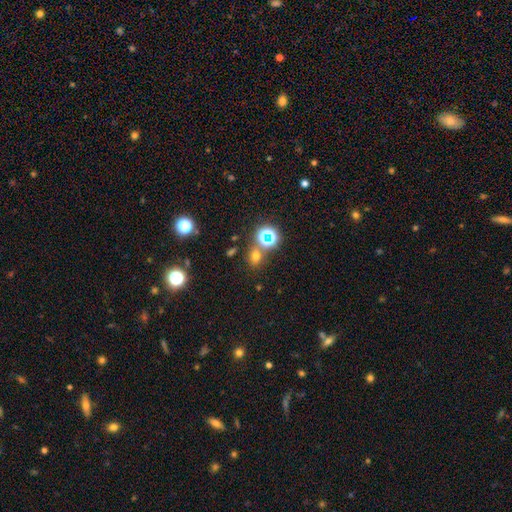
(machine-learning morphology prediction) smooth-or-featured: smooth: 60% | star or artifact: 32% | featured or disk: 8%
  how-rounded: round: 59% | in between: 40% | cigar-shaped: 1%
  merging: none: 74% | merger: 12% | minor disturbance: 10% | major disturbance: 4%